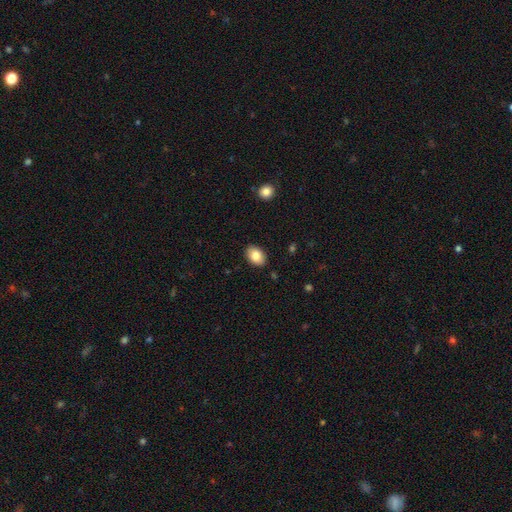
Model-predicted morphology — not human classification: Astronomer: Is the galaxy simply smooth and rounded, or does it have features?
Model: smooth — 83%.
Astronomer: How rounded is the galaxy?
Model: in between — 81%.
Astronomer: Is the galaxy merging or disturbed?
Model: none — 88%.